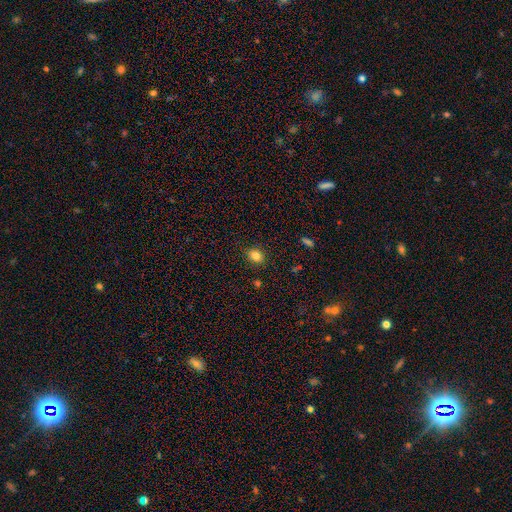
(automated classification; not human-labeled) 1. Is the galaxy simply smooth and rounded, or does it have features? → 82% smooth, 11% star or artifact, 6% featured or disk.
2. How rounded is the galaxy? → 50% round, 49% in between, 1% cigar-shaped.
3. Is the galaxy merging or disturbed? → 88% none, 9% minor disturbance, 2% major disturbance, 1% merger.